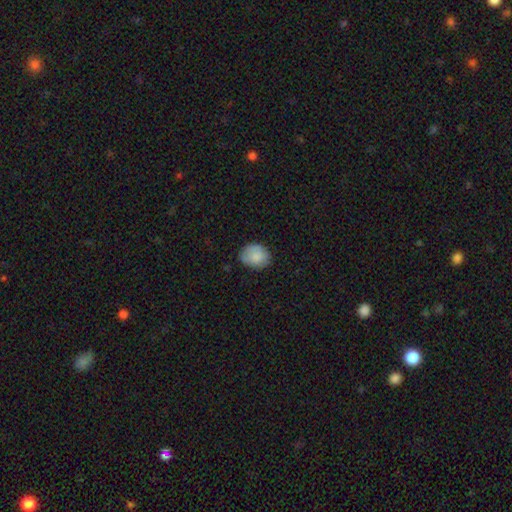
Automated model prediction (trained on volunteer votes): A smooth galaxy with no disk features (82%) that is in between round and cigar-shaped (53%).

Vote fractions:
- Smooth or featured? smooth: 82% / featured or disk: 11% / star or artifact: 7%
- How rounded? in between: 53% / round: 46% / cigar-shaped: 1%
- Merging? none: 72% / minor disturbance: 22% / major disturbance: 5% / merger: 1%